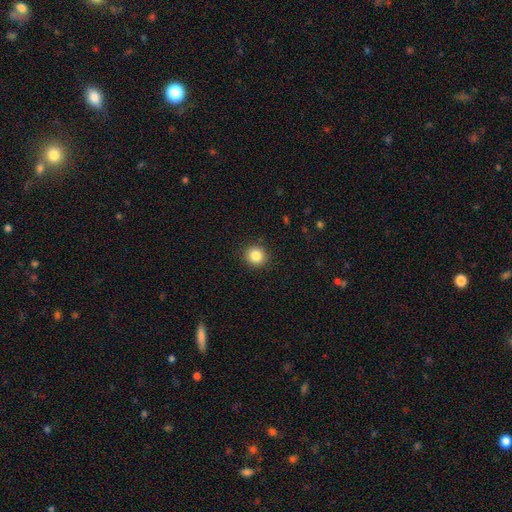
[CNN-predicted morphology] The model was most divided on "smooth or featured": smooth: 85%, star or artifact: 10%, featured or disk: 5%. More confident: merging — none (91%); how rounded — round (90%).